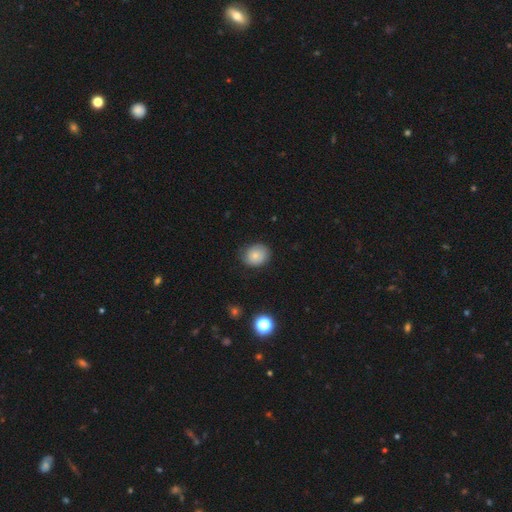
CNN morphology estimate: type=smooth (78%); roundness=round (59%); merging=none (73%).